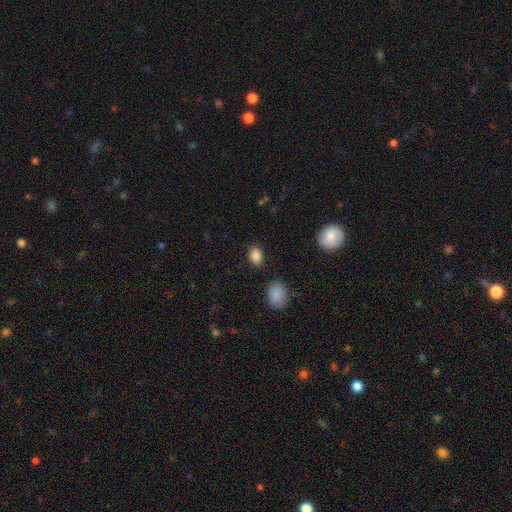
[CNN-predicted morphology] Smooth or featured: smooth — 87% (star or artifact — 10%)
How rounded: in between — 75% (round — 24%)
Merging: none — 85% (minor disturbance — 10%)